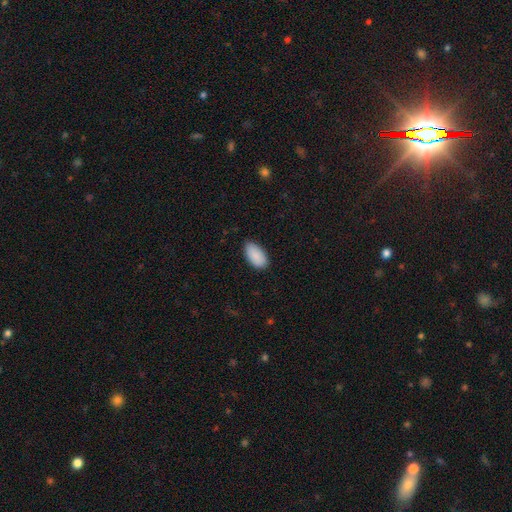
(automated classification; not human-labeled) Smooth or featured? smooth (89%)
How rounded? in between (95%)
Merging? none (80%)